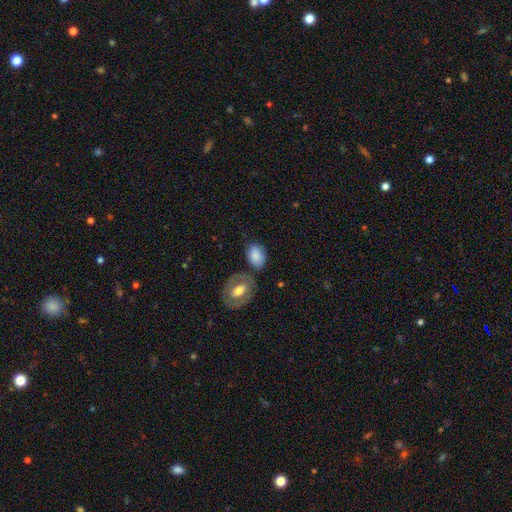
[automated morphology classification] This is clearly a smooth galaxy (81%). How rounded: clearly in between (81%). Merging: possibly none (60%).